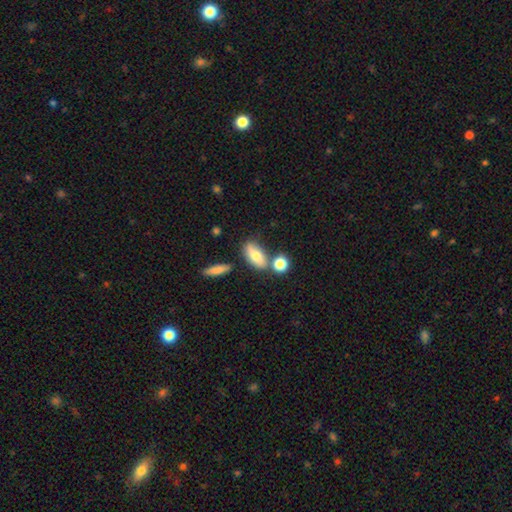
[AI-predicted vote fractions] The model was most divided on "merging": none: 61%, merger: 18%, minor disturbance: 16%, major disturbance: 5%. More confident: how rounded — in between (79%); smooth or featured — smooth (72%).